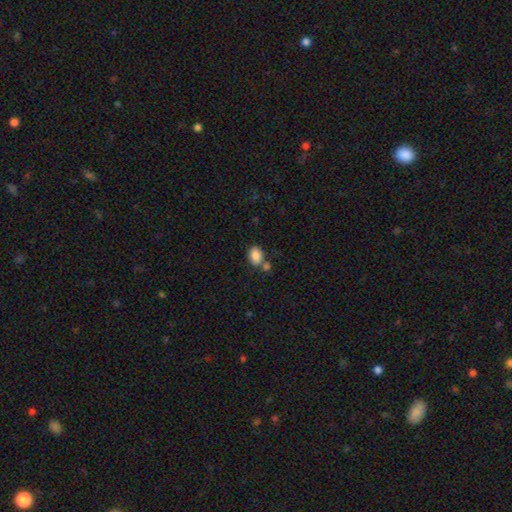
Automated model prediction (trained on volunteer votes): A smooth galaxy with no disk features (86%) that is in between round and cigar-shaped (71%). Merging: none (59%).